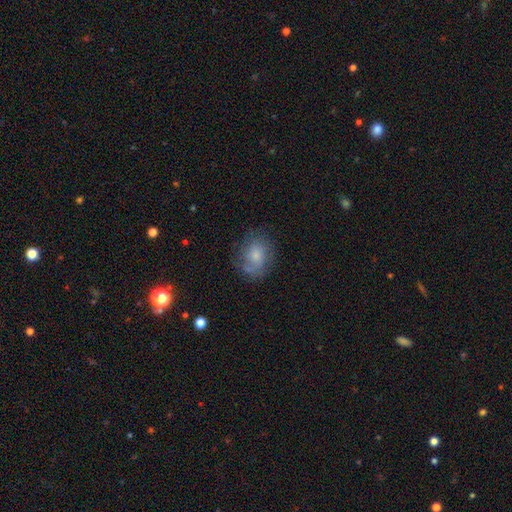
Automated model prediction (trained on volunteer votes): Overall: smooth (65%). How rounded: in between (57%; round 41%). Merging: none (64%).